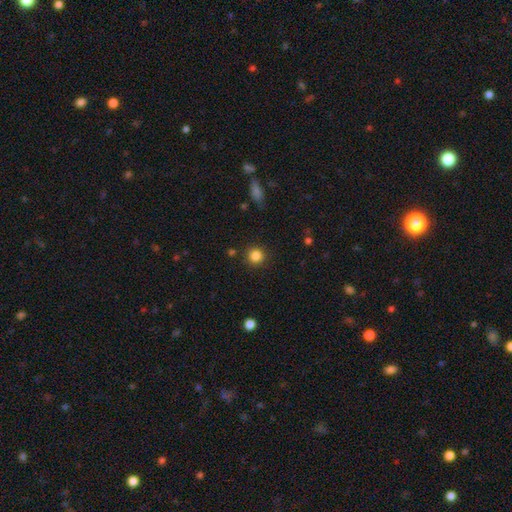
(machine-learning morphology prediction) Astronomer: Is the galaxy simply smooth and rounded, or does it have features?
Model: smooth — 84%.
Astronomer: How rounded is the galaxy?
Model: round — 93%.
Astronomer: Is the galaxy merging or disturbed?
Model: none — 89%.